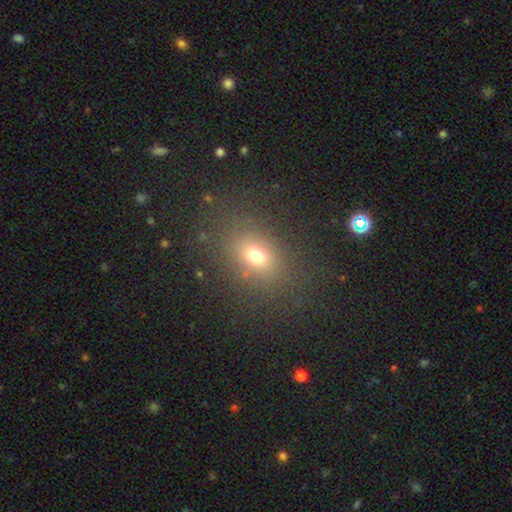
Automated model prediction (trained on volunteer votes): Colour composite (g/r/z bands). It shows a smooth galaxy with no disk features (68%) that is in between round and cigar-shaped (66%). Merging: none (80%).